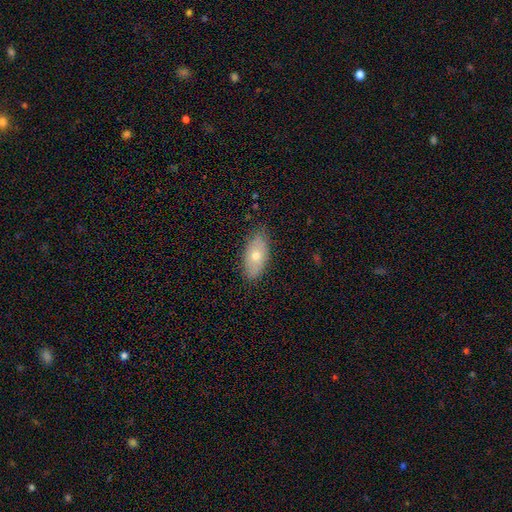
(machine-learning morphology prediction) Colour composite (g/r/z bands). It shows a smooth galaxy with no disk features (64%) that is in between round and cigar-shaped (89%). Merging: none (83%).